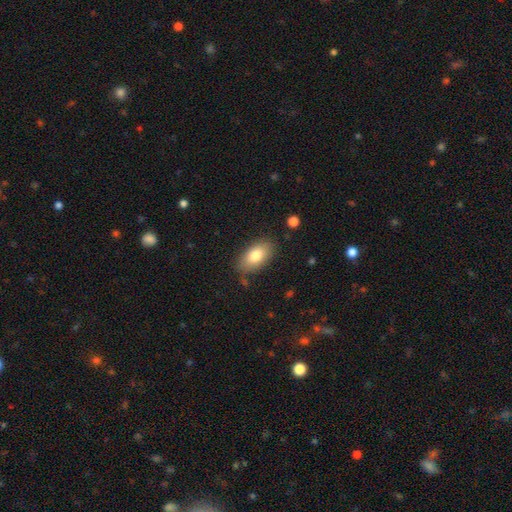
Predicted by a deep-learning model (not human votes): Smooth or featured? smooth (80%)
How rounded? in between (92%)
Merging? none (82%)